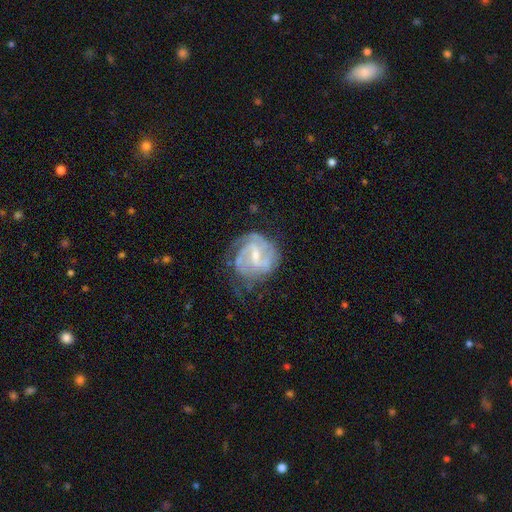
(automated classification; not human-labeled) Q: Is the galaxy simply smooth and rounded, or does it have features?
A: featured or disk — 84%.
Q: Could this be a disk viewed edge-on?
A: no — 98%.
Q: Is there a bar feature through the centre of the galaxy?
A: weak — 58%.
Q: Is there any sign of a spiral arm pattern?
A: yes — 94%.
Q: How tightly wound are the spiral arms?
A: tight — 46%.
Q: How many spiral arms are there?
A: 2 — 45%.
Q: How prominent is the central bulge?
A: small — 54%.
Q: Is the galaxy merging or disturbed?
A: none — 56%.